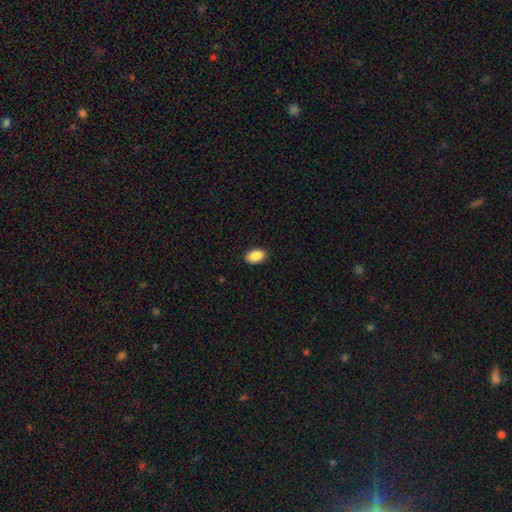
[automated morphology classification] smooth 89%, star or artifact 7%, featured or disk 3%. Down the decision tree: how rounded — in between (90%); merging — none (89%).